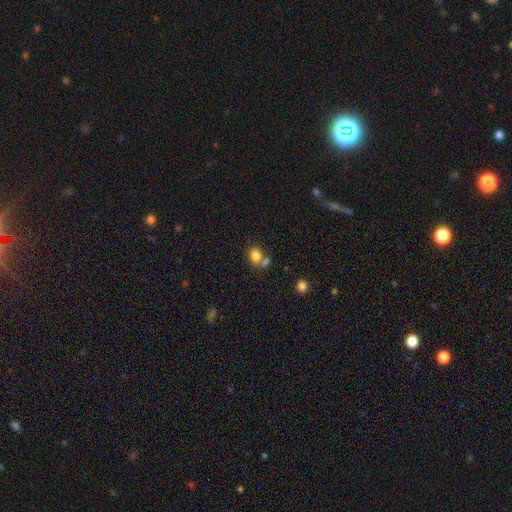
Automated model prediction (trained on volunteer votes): The model was most divided on "how rounded": in between: 51%, round: 48%, cigar-shaped: 1%. Remaining: smooth or featured — smooth (81%); merging — none (49%).